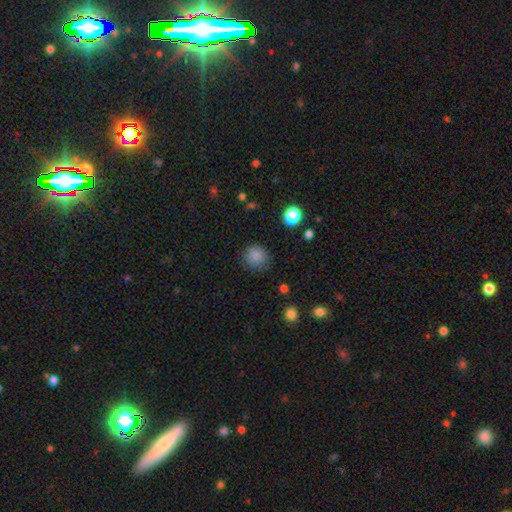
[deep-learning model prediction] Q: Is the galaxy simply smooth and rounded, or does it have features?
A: smooth — 84%.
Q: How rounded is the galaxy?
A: round — 88%.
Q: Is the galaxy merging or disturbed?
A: none — 82%.